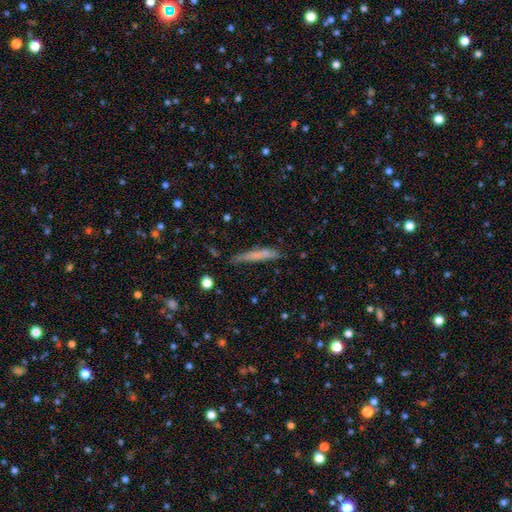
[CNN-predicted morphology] smooth 61%, featured or disk 29%, star or artifact 9%. Down the decision tree: how rounded — cigar-shaped (93%); merging — none (69%).